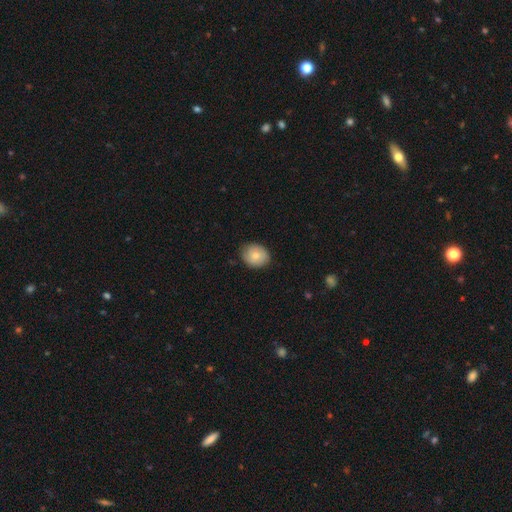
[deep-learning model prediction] A smooth galaxy with no disk features (72%) that is round (61%). Merging: none (80%).